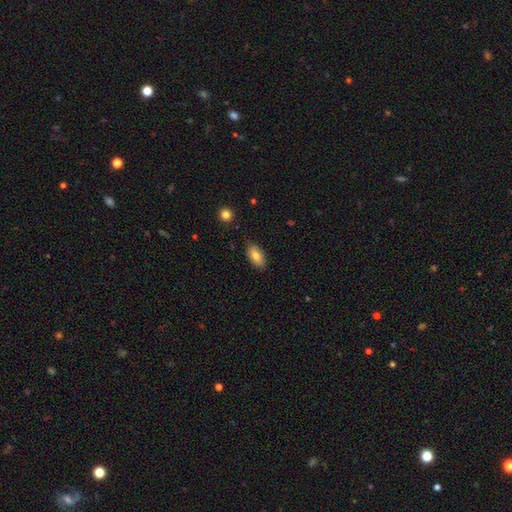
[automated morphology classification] This is likely a smooth galaxy (79%). How rounded: clearly in between (91%). Merging: clearly none (83%).